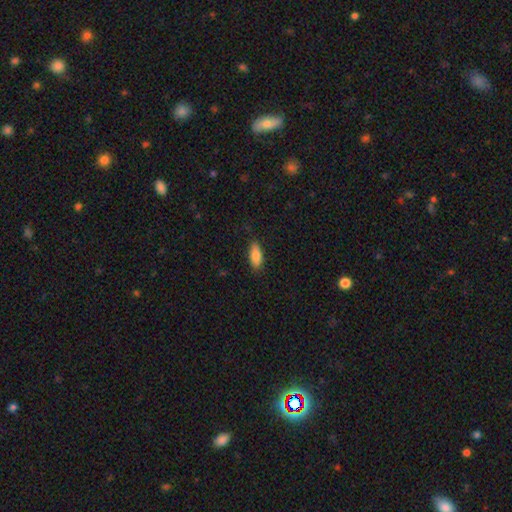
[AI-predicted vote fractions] Overall: smooth (84%). How rounded: in between (78%). Merging: none (82%).